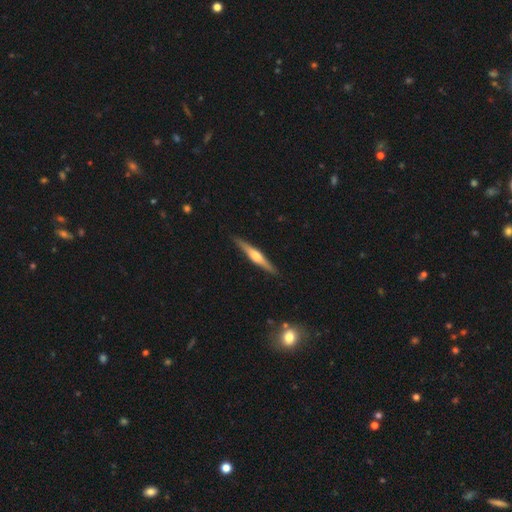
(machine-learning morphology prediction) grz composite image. It shows a featured or disk galaxy (67%) viewed edge-on (97%) with a rounded central bulge (88%). Merging: none (90%).